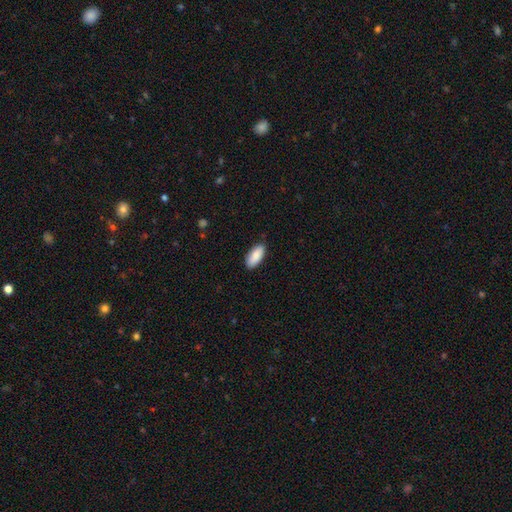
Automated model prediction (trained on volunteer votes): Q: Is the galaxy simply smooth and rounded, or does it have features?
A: smooth — 88%.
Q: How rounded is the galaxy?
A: in between — 88%.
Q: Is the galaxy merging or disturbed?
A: none — 87%.